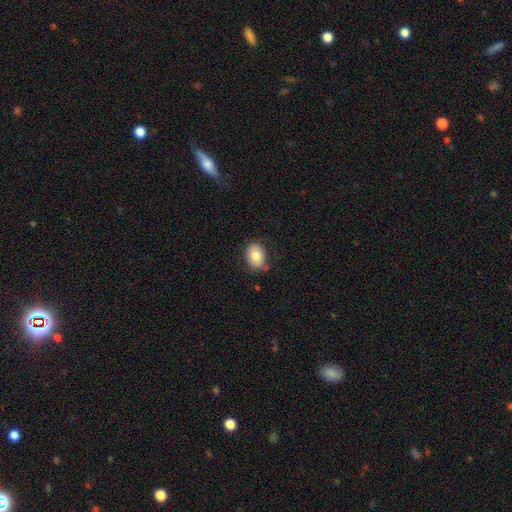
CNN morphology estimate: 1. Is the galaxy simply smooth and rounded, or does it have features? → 82% smooth, 10% featured or disk, 8% star or artifact.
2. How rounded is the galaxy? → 71% in between, 28% round, 1% cigar-shaped.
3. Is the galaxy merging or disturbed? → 79% none, 15% minor disturbance, 3% major disturbance, 2% merger.